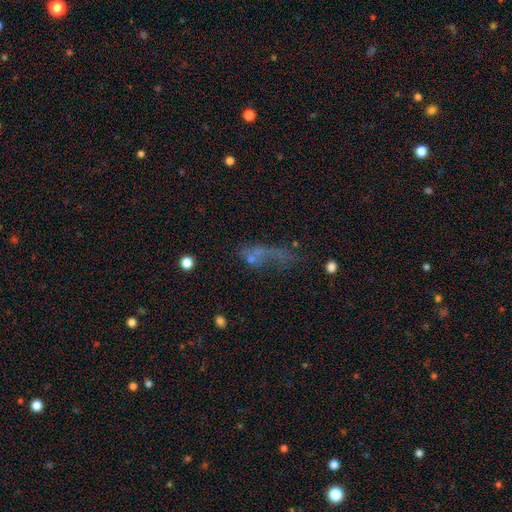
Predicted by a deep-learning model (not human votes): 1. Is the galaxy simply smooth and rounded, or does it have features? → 45% smooth, 34% featured or disk, 21% star or artifact.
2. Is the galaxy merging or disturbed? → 39% major disturbance, 27% none, 20% merger, 14% minor disturbance.